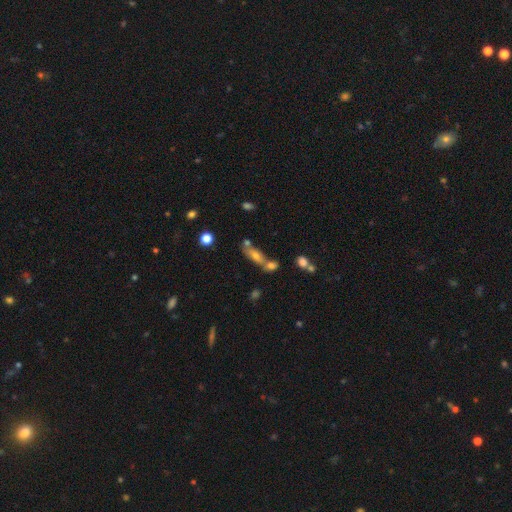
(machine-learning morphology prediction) A smooth galaxy with no disk features (52%) that is in between round and cigar-shaped (51%). Merging: none (45%).